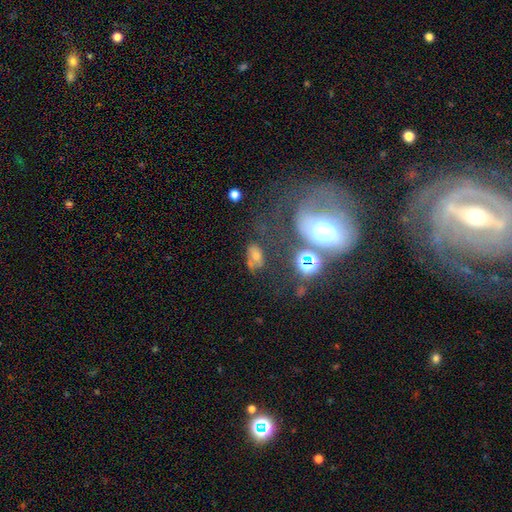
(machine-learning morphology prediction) Overall: smooth (50%; star or artifact 26%). How rounded: in between (84%). Merging: none (47%; minor disturbance 23%).